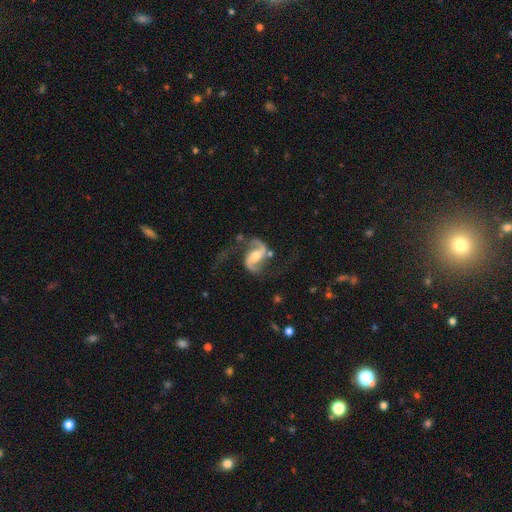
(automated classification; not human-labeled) smooth_or_featured: featured or disk (p=0.91) [alt: star or artifact p=0.05]
disk_edge_on: no (p=0.98) [alt: yes p=0.02]
bar: weak (p=0.41) [alt: strong p=0.31]
has_spiral_arms: yes (p=0.97) [alt: no p=0.03]
spiral_winding: loose (p=0.56) [alt: medium p=0.37]
spiral_arm_count: 2 (p=0.93) [alt: 1 p=0.02]
bulge_size: moderate (p=0.56) [alt: small p=0.31]
merging: none (p=0.60) [alt: major disturbance p=0.19]